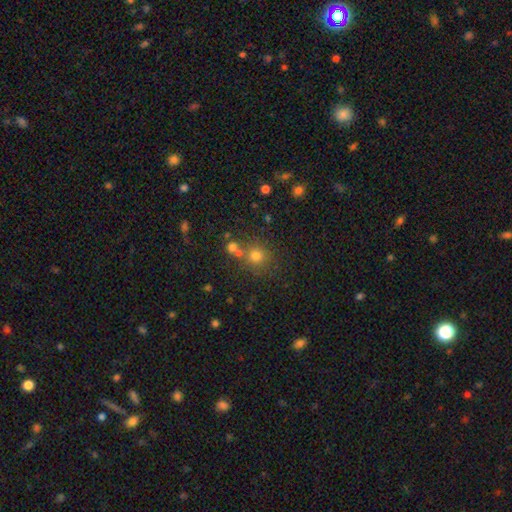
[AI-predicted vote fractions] Morphology: type=smooth (72%); roundness=round (90%); merging=none (69%).